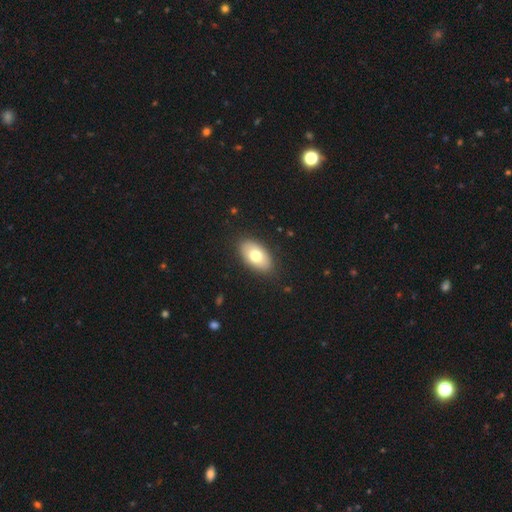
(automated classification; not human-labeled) A smooth galaxy with no disk features (73%) that is in between round and cigar-shaped (94%). Merging: none (88%).